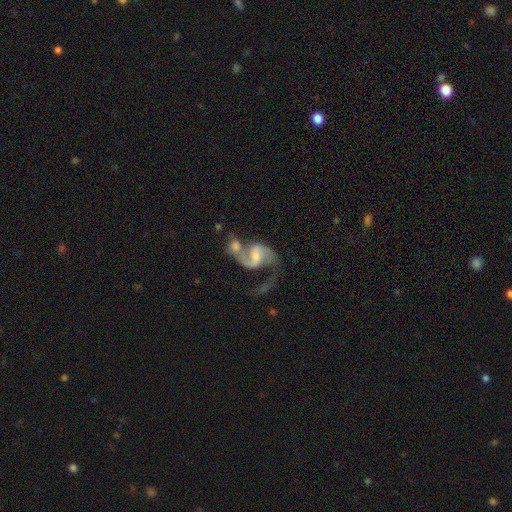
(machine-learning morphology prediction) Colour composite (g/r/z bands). It shows a featured or disk galaxy (84%) with a weak bar (49%), 2 (88%) loose (58%) spiral arms (95%) and a small central bulge (41%). Merging: merger (50%).